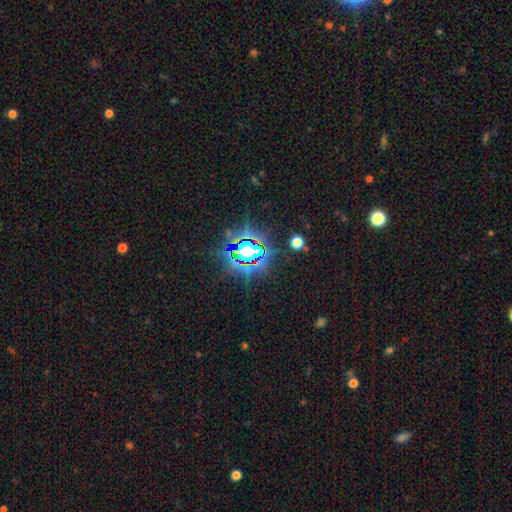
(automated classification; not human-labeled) A star or artifact, not a galaxy (86%).